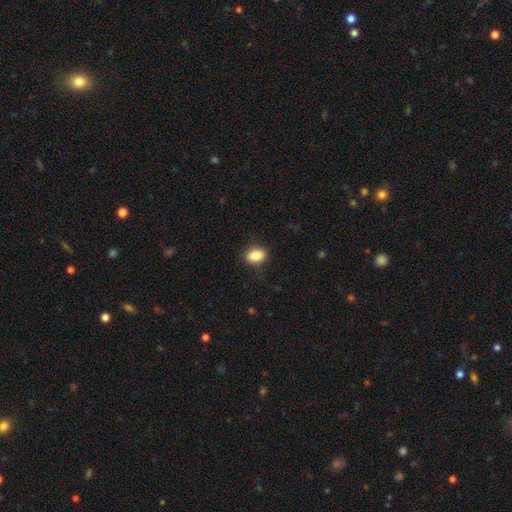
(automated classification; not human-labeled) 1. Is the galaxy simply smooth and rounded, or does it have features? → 88% smooth, 8% star or artifact, 4% featured or disk.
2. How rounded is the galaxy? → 79% in between, 19% round, 1% cigar-shaped.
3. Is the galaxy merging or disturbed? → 85% none, 11% minor disturbance, 3% major disturbance, 1% merger.